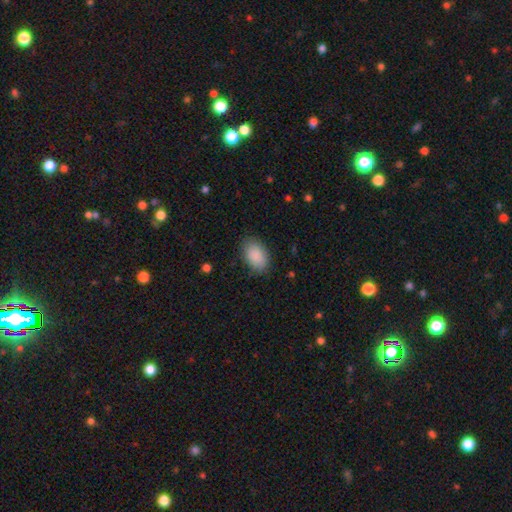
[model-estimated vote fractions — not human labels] This appears to be a smooth galaxy with no disk features (90%) that is in between round and cigar-shaped (90%). Merging: none (84%).